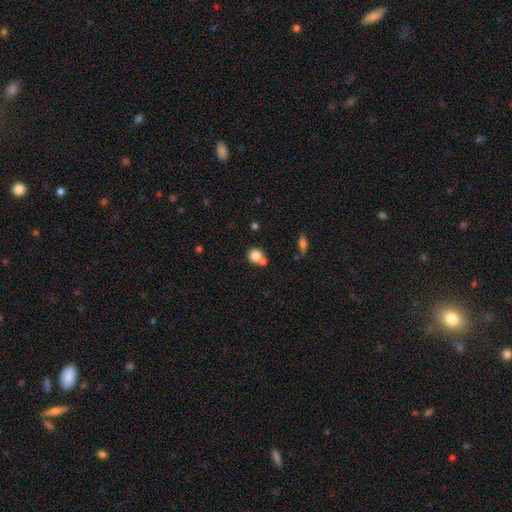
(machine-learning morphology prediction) smooth_or_featured: smooth (p=0.81) [alt: star or artifact p=0.10]
how_rounded: round (p=0.85) [alt: in between p=0.14]
merging: none (p=0.46) [alt: merger p=0.41]